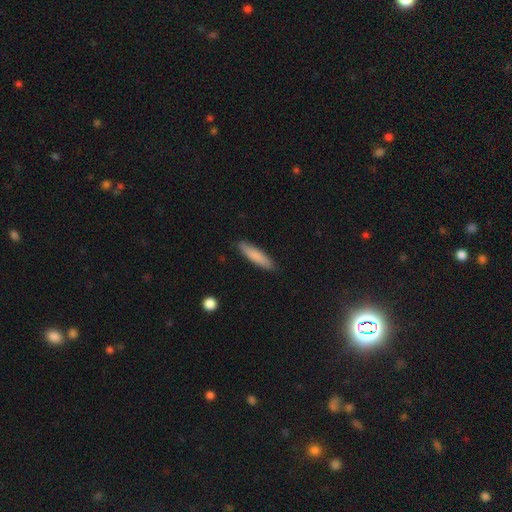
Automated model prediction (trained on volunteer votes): The model was most divided on "how rounded": cigar-shaped: 79%, in between: 19%, round: 1%. More confident: merging — none (88%); smooth or featured — smooth (83%).